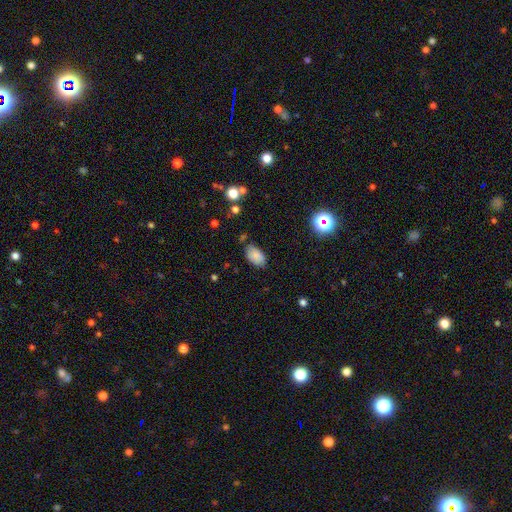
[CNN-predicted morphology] smooth-or-featured: smooth: 84% | star or artifact: 9% | featured or disk: 7%
  how-rounded: in between: 93% | round: 5% | cigar-shaped: 2%
  merging: none: 74% | minor disturbance: 19% | major disturbance: 4% | merger: 3%